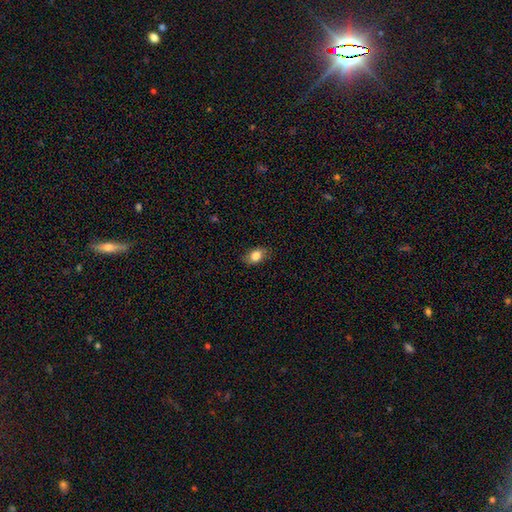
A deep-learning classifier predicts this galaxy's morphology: Smooth or featured? Predicted: smooth (p=0.82). How rounded? Predicted: in between (p=0.85). Merging? Predicted: none (p=0.81).